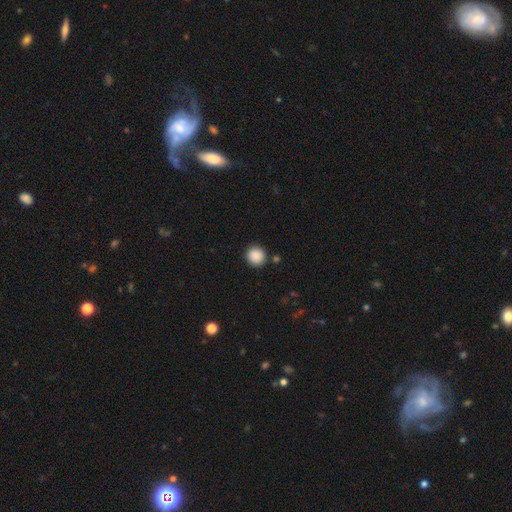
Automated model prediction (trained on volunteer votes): Overall: smooth (89%). How rounded: round (94%). Merging: none (89%).